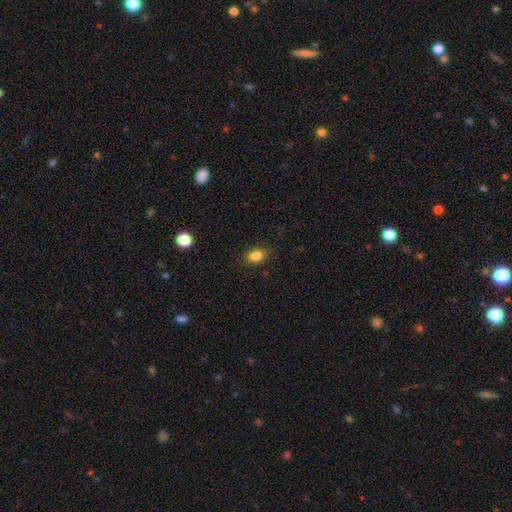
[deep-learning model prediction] Smooth or featured? smooth (84%)
How rounded? in between (64%)
Merging? none (83%)